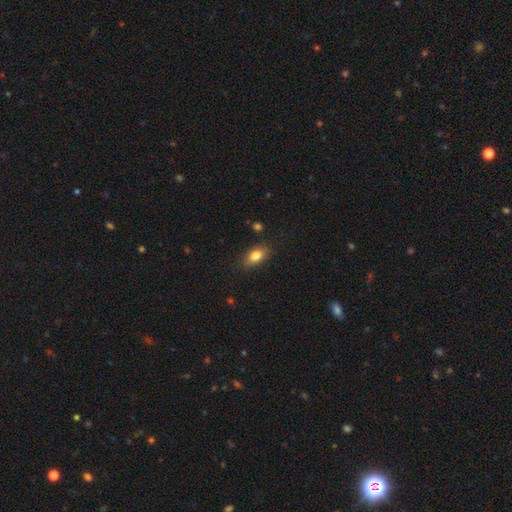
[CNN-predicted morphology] Smooth or featured: smooth — 80% (featured or disk — 12%)
How rounded: in between — 84% (round — 9%)
Merging: none — 79% (minor disturbance — 16%)